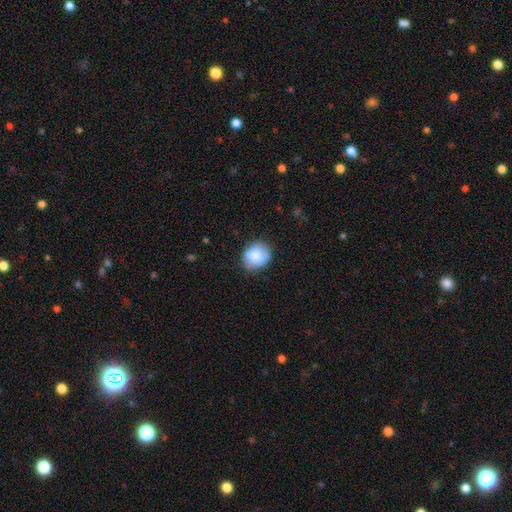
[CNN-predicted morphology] This is clearly a smooth galaxy (82%). How rounded: likely round (66%). Merging: clearly none (81%).